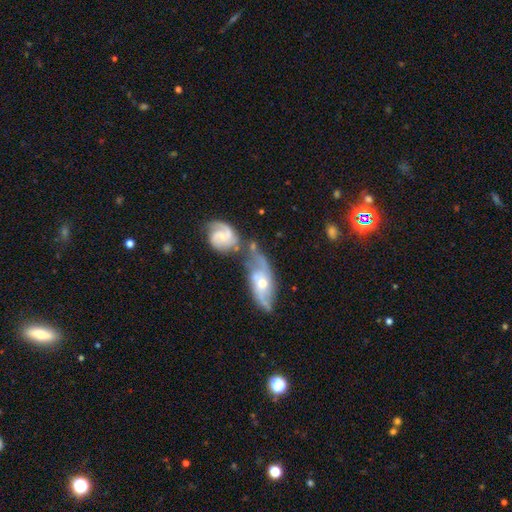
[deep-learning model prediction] Smooth or featured: featured or disk — 74% (smooth — 17%)
Edge-on disk: no — 89% (yes — 11%)
Bar: no — 57% (weak — 33%)
Spiral arms: yes — 90% (no — 10%)
Spiral winding: medium — 43% (tight — 32%)
Spiral arm count: 2 — 72% (can't tell — 16%)
Bulge size: moderate — 48% (small — 45%)
Merging: merger — 47% (none — 32%)